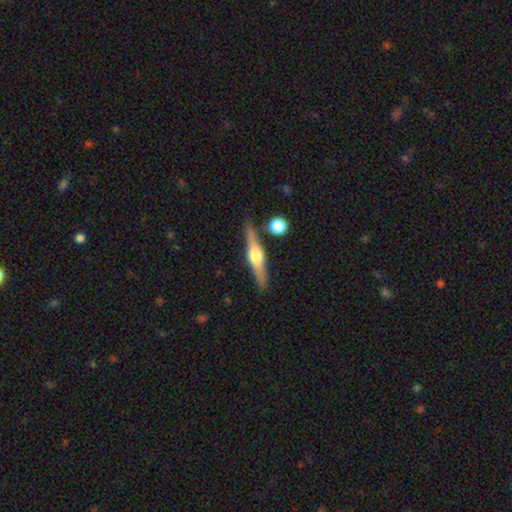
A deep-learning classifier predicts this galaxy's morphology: Q: Smooth or featured?
A: featured or disk (74%); runner-up: smooth (21%)
Q: Edge-on disk?
A: yes (97%); runner-up: no (3%)
Q: Edge-on bulge?
A: rounded (91%); runner-up: boxy (7%)
Q: Merging?
A: none (83%); runner-up: minor disturbance (9%)